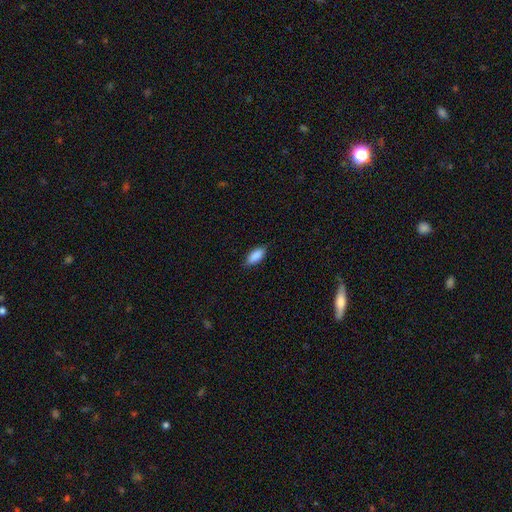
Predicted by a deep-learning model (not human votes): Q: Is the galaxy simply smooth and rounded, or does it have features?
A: smooth — 89%.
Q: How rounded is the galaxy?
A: in between — 87%.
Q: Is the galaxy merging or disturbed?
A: none — 82%.